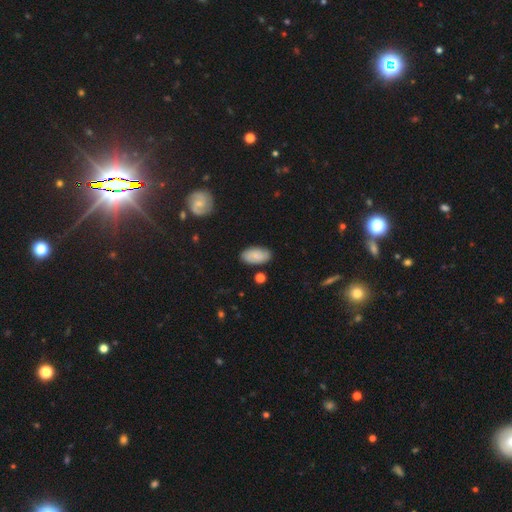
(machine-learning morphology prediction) Overall: smooth (75%). How rounded: in between (94%). Merging: none (84%).